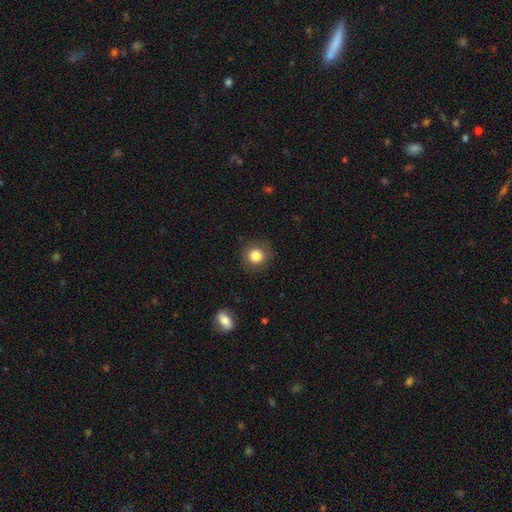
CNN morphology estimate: Smooth or featured: smooth — 83% (star or artifact — 10%)
How rounded: round — 90% (in between — 10%)
Merging: none — 87% (minor disturbance — 9%)